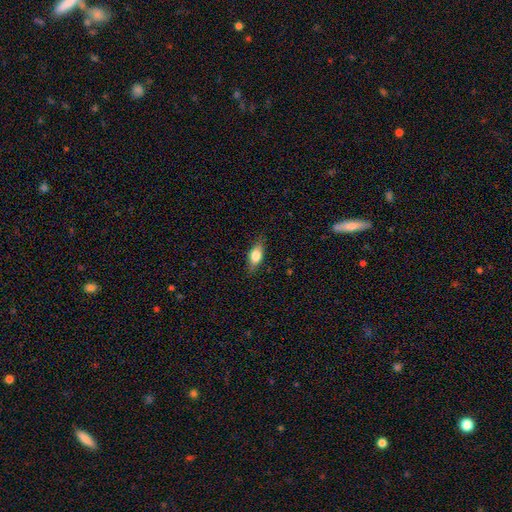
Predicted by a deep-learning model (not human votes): Overall: smooth (73%). How rounded: in between (79%). Merging: none (79%).